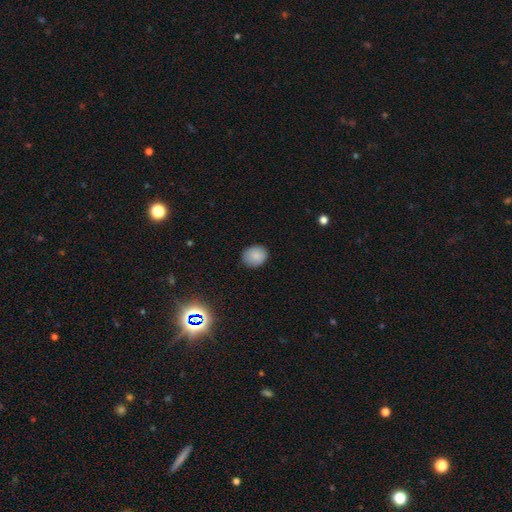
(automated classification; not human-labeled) smooth_or_featured: smooth (p=0.86) [alt: star or artifact p=0.09]
how_rounded: round (p=0.64) [alt: in between p=0.35]
merging: none (p=0.86) [alt: minor disturbance p=0.11]